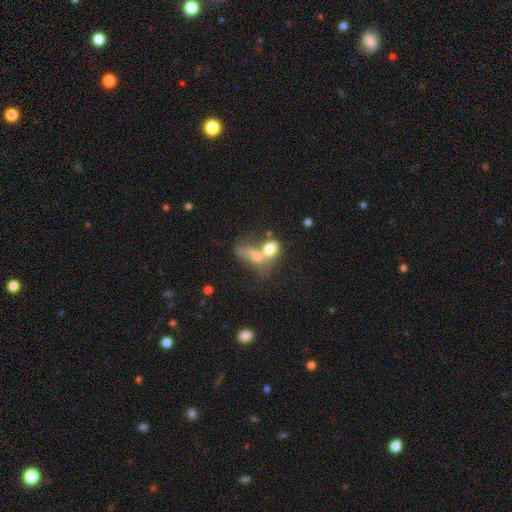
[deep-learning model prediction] Smooth or featured: smooth — 64% (featured or disk — 24%)
How rounded: in between — 73% (round — 20%)
Merging: merger — 70% (major disturbance — 12%)